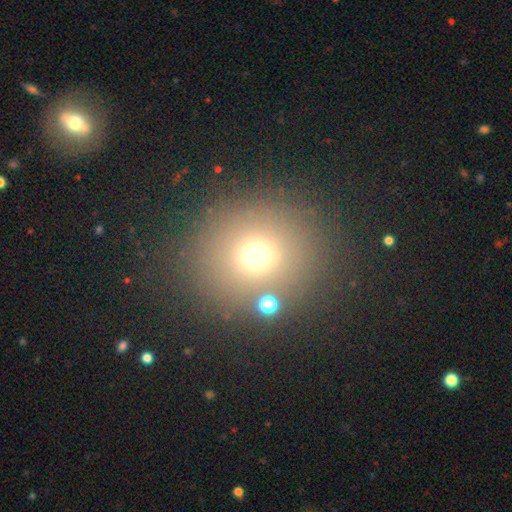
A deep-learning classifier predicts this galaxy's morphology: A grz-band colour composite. It shows a smooth galaxy with no disk features (68%) that is round (87%). Merging: none (81%).